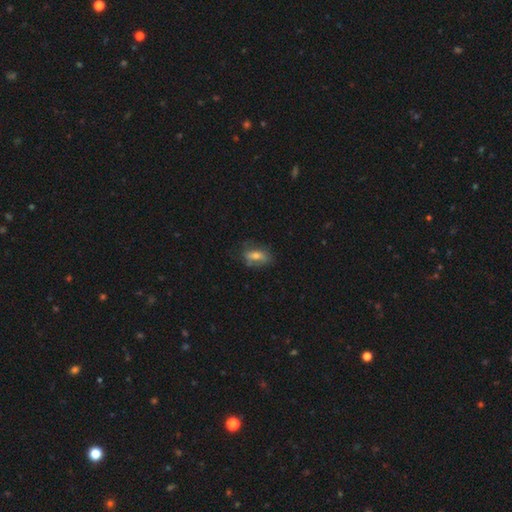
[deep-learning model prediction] Smooth or featured?
  - smooth: 59% *
  - featured or disk: 30%
  - star or artifact: 11%
How rounded?
  - in between: 76% *
  - cigar-shaped: 15%
  - round: 10%
Merging?
  - none: 65% *
  - minor disturbance: 24%
  - major disturbance: 8%
  - merger: 3%